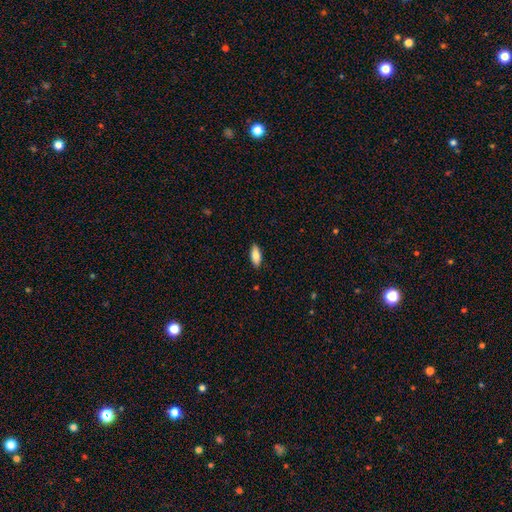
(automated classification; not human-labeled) smooth 84%, featured or disk 10%, star or artifact 6%. Down the decision tree: how rounded — in between (79%); merging — none (88%).